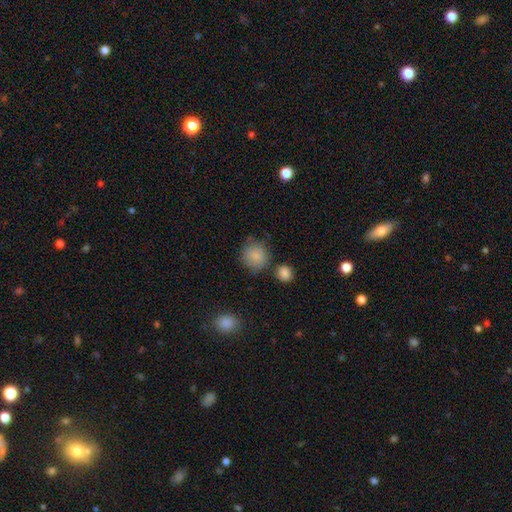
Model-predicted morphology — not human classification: Q: Smooth or featured?
A: smooth (86%); runner-up: star or artifact (9%)
Q: How rounded?
A: round (88%); runner-up: in between (11%)
Q: Merging?
A: none (72%); runner-up: minor disturbance (15%)